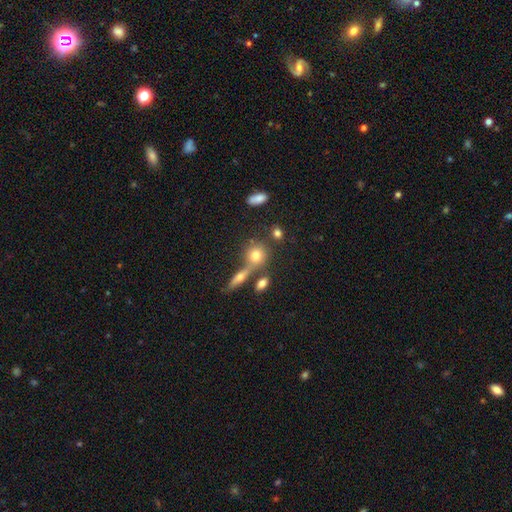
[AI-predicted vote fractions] smooth 72%, featured or disk 16%, star or artifact 12%. Down the decision tree: how rounded — round (74%); merging — none (56%).